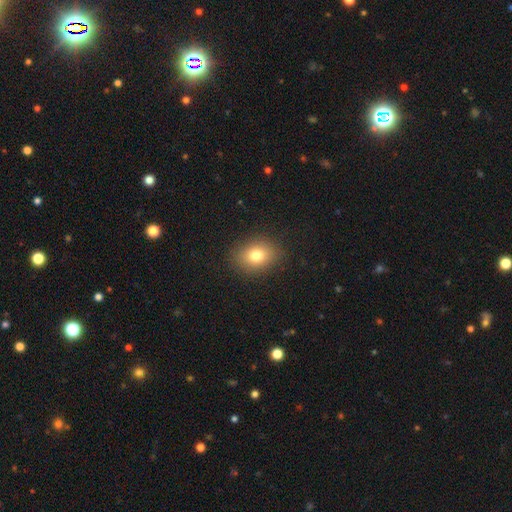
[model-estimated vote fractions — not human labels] Q: Smooth or featured?
A: smooth (79%); runner-up: star or artifact (11%)
Q: How rounded?
A: in between (62%); runner-up: round (37%)
Q: Merging?
A: none (88%); runner-up: minor disturbance (8%)